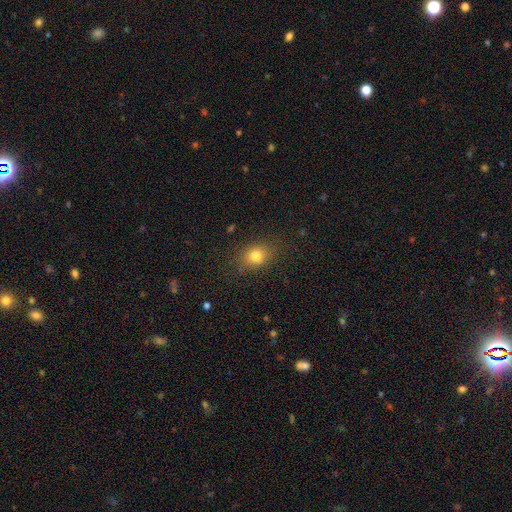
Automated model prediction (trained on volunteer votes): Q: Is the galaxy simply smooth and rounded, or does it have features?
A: smooth — 78%.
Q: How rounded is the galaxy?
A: in between — 57%.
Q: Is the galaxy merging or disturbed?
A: none — 81%.